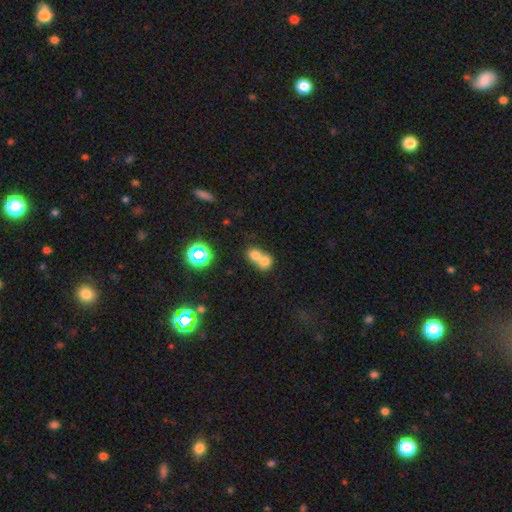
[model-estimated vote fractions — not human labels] smooth-or-featured: smooth: 71% | star or artifact: 15% | featured or disk: 13%
  how-rounded: round: 73% | in between: 26% | cigar-shaped: 1%
  merging: merger: 67% | none: 27% | minor disturbance: 4% | major disturbance: 2%